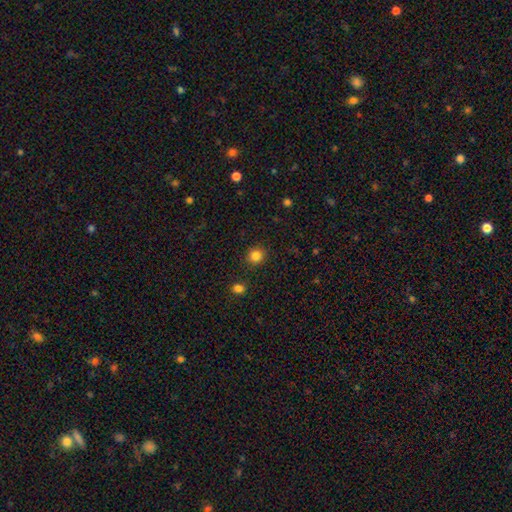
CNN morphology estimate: Smooth or featured? Predicted: smooth (p=0.84). How rounded? Predicted: round (p=0.90). Merging? Predicted: none (p=0.90).